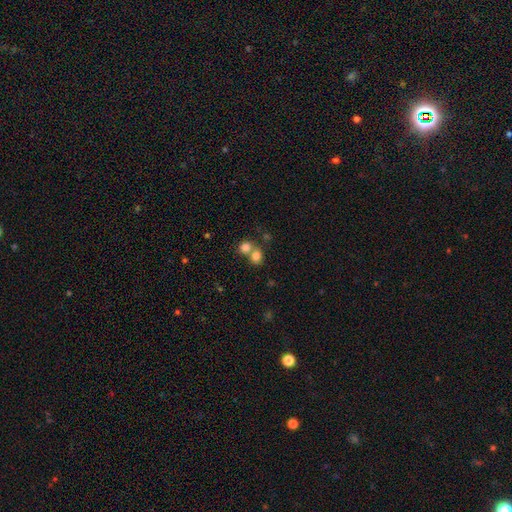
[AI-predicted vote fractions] This is likely a smooth galaxy (79%). How rounded: likely round (65%). Merging: possibly merger (52%).